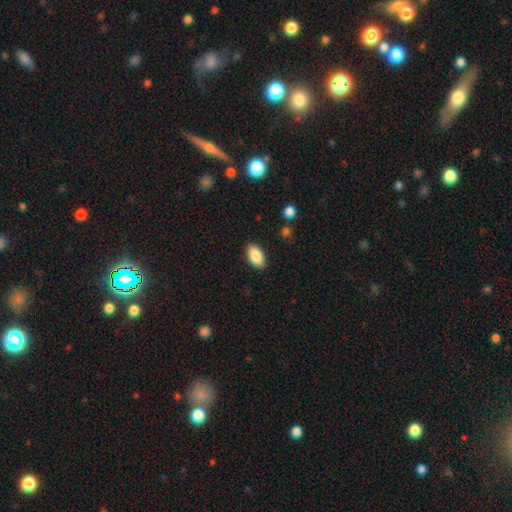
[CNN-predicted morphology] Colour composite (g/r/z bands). It shows a smooth galaxy with no disk features (85%) that is in between round and cigar-shaped (92%). Merging: none (87%).